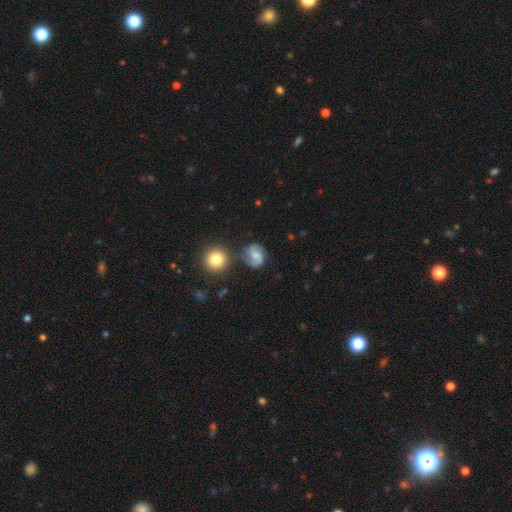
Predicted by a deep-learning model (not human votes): featured or disk 62%, smooth 29%, star or artifact 9%. Down the decision tree: edge-on disk — no (98%); bar — weak (47%); spiral arms — yes (91%); spiral arm count — 2 (88%); spiral winding — medium (50%); bulge size — moderate (39%); merging — none (69%).